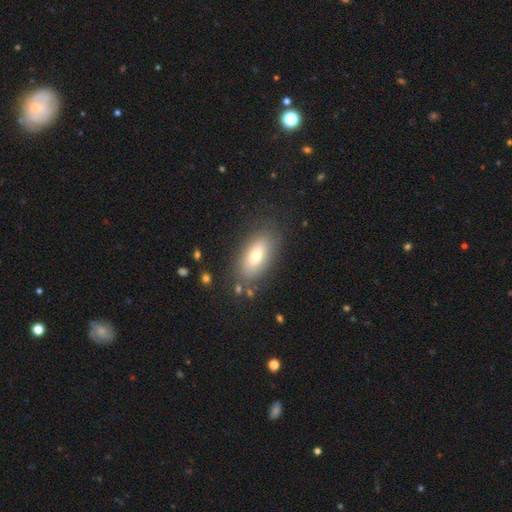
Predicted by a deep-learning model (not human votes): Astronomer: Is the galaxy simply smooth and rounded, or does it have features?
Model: smooth — 67%.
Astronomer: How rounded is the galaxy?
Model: in between — 87%.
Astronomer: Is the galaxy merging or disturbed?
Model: none — 78%.